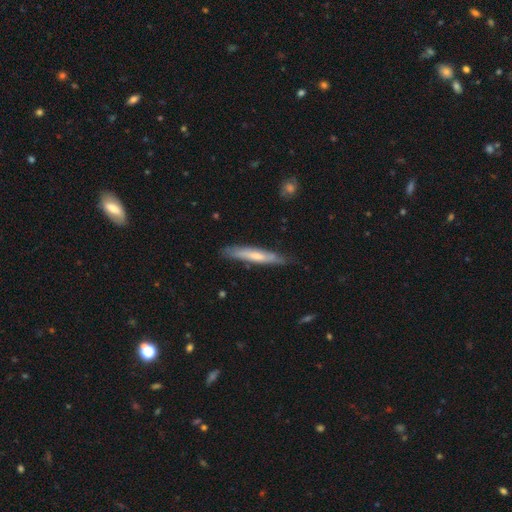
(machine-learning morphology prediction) This is possibly a smooth galaxy (54%). How rounded: clearly cigar-shaped (92%). Merging: clearly none (81%).